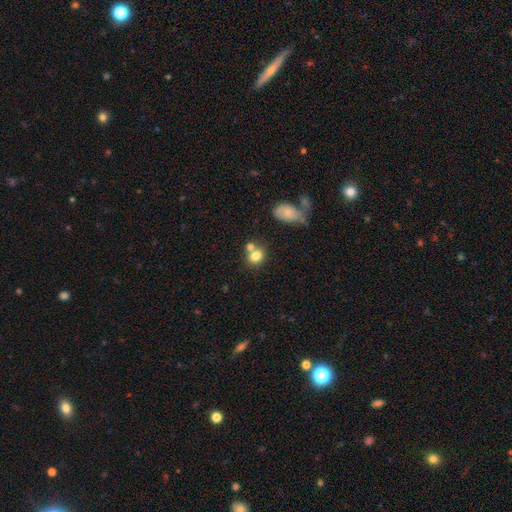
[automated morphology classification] smooth_or_featured: smooth (p=0.78) [alt: featured or disk p=0.12]
how_rounded: round (p=0.66) [alt: in between p=0.33]
merging: none (p=0.48) [alt: merger p=0.37]